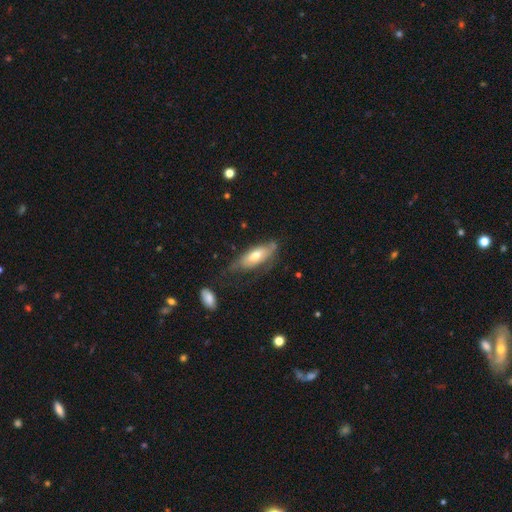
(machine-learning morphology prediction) A smooth galaxy with no disk features (52%) that is in between round and cigar-shaped (71%). Merging: none (49%).